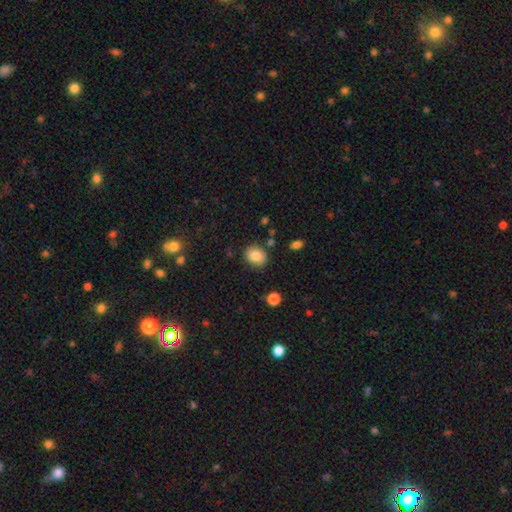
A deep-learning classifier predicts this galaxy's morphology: The model was most divided on "how rounded": round: 57%, in between: 42%, cigar-shaped: 1%. More confident: merging — none (84%); smooth or featured — smooth (84%).